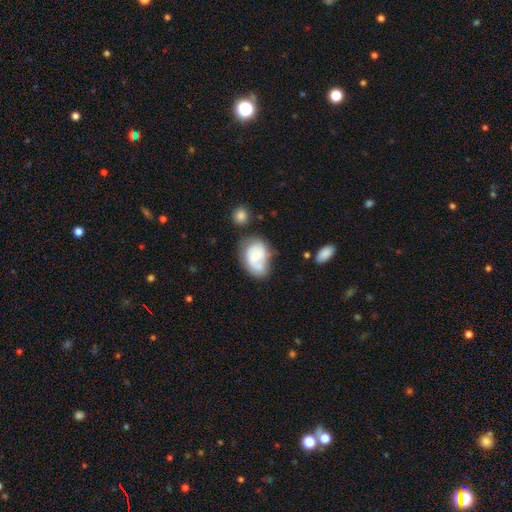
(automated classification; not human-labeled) Morphology: type=featured or disk (56%); edge-on=no (97%); bar=no (66%); spiral arms=yes (80%); bulge=small (46%); merging=none (47%).